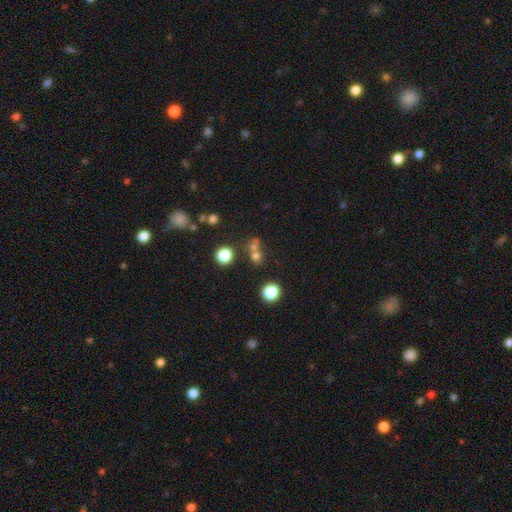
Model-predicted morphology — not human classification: This appears to be a smooth galaxy with no disk features (64%) that is round (83%). Merging: none (52%).